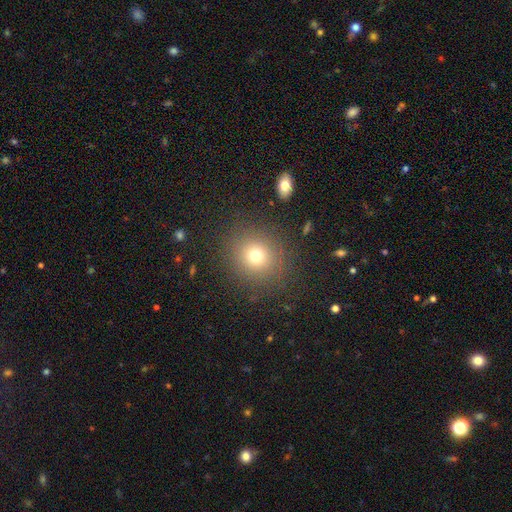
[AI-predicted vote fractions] Morphology: type=smooth (72%); roundness=round (89%); merging=none (87%).